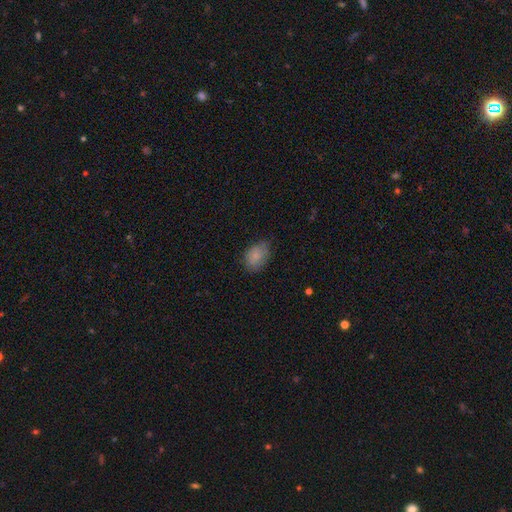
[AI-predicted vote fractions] This is clearly a smooth galaxy (83%). How rounded: clearly in between (82%). Merging: likely none (71%).